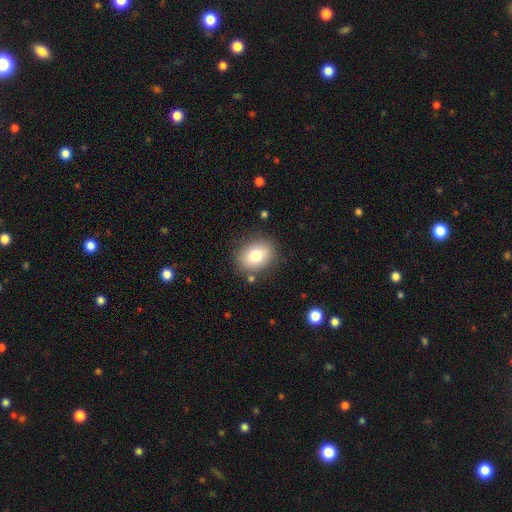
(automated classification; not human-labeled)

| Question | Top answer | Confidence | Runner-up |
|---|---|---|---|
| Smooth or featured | smooth | 77% | featured or disk (14%) |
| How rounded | in between | 60% | round (39%) |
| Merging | none | 82% | minor disturbance (11%) |